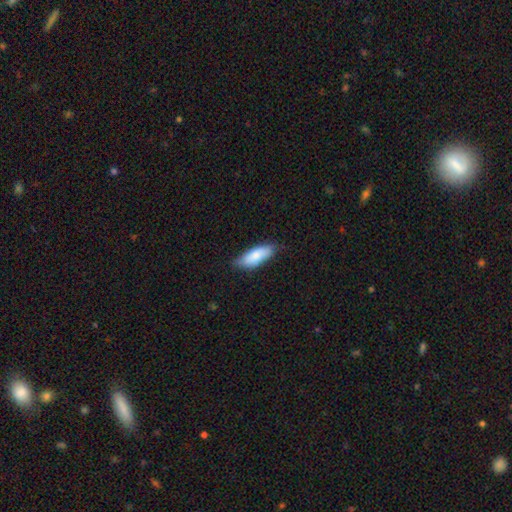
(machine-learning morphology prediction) smooth-or-featured: smooth: 82% | featured or disk: 12% | star or artifact: 6%
  how-rounded: in between: 75% | cigar-shaped: 23% | round: 2%
  merging: none: 76% | minor disturbance: 20% | major disturbance: 3% | merger: 1%